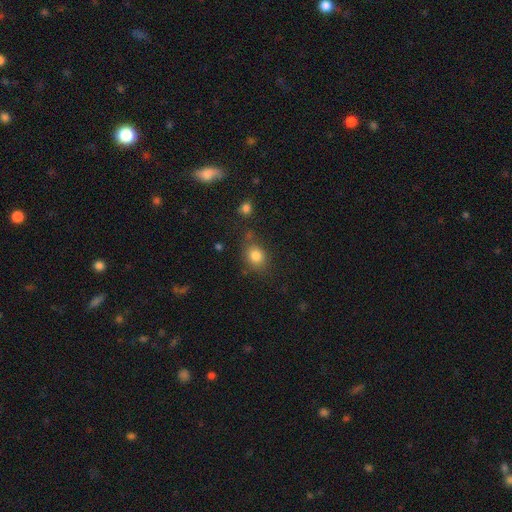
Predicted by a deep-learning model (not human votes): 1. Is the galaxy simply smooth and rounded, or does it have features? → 82% smooth, 11% star or artifact, 7% featured or disk.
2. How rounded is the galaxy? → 59% round, 40% in between, 1% cigar-shaped.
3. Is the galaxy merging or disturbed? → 73% none, 15% minor disturbance, 7% merger, 5% major disturbance.